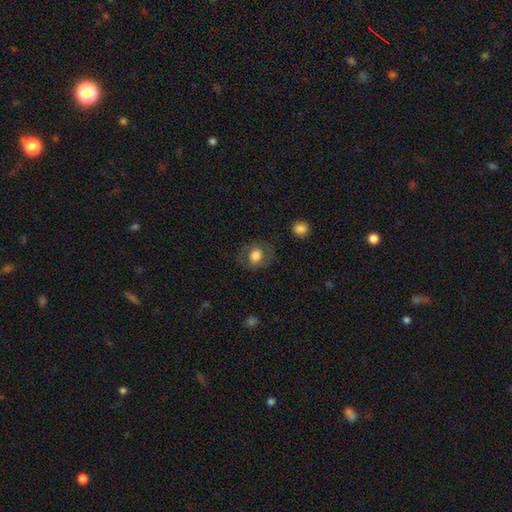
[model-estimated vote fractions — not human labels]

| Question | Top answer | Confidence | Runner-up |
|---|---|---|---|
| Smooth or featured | smooth | 63% | featured or disk (30%) |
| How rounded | round | 57% | in between (42%) |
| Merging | none | 76% | minor disturbance (14%) |